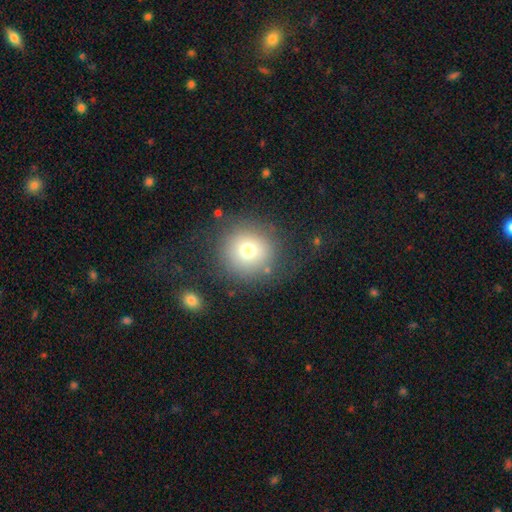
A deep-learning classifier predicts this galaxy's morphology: The model was most divided on "smooth or featured": smooth: 64%, featured or disk: 18%, star or artifact: 18%. More confident: how rounded — round (93%); merging — none (71%).